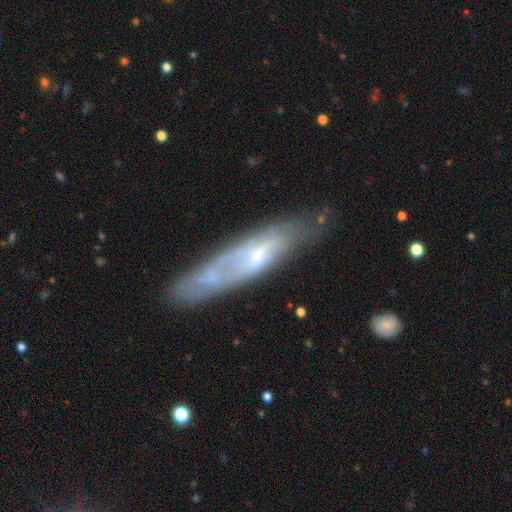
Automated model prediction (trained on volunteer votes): A featured or disk galaxy (61%).

Vote fractions:
- Smooth or featured? featured or disk: 61% / smooth: 31% / star or artifact: 8%
- Edge-on disk? no: 55% / yes: 45%
- Merging? none: 66% / minor disturbance: 22% / major disturbance: 8% / merger: 4%